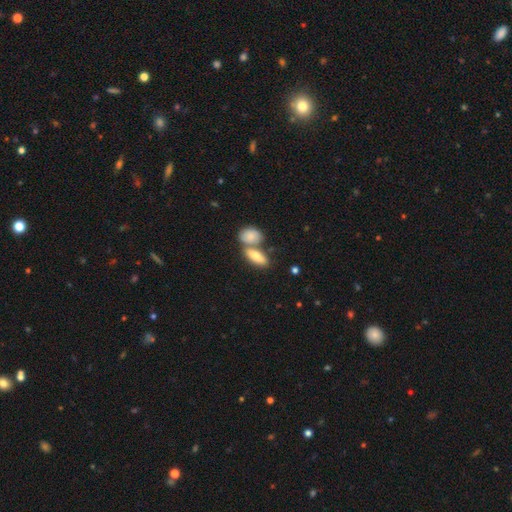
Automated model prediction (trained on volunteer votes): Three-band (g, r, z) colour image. It shows a smooth galaxy with no disk features (79%) that is in between round and cigar-shaped (77%). Merging: none (46%).